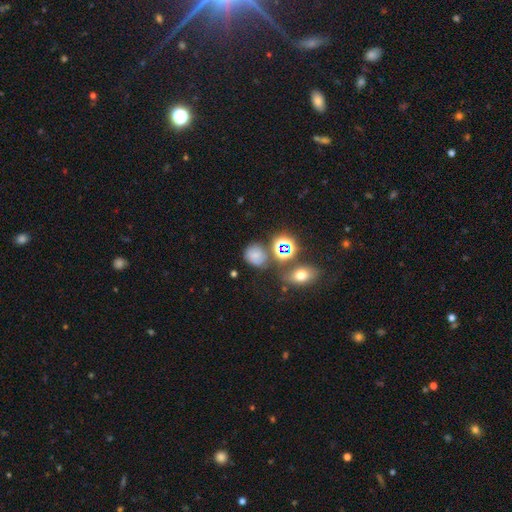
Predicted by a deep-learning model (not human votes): Q: Smooth or featured?
A: smooth (62%); runner-up: star or artifact (25%)
Q: How rounded?
A: round (67%); runner-up: in between (32%)
Q: Merging?
A: none (67%); runner-up: minor disturbance (18%)